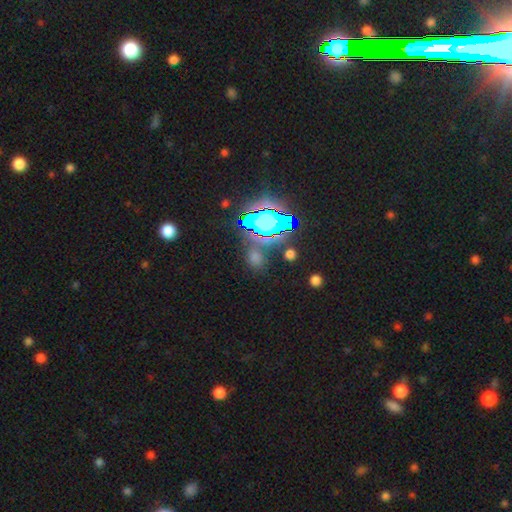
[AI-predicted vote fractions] Smooth or featured? star or artifact (60%)